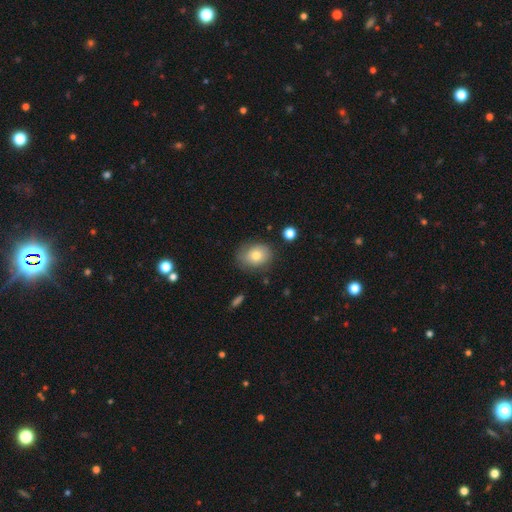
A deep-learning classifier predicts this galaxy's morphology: Smooth or featured? smooth (77%)
How rounded? in between (54%)
Merging? none (75%)